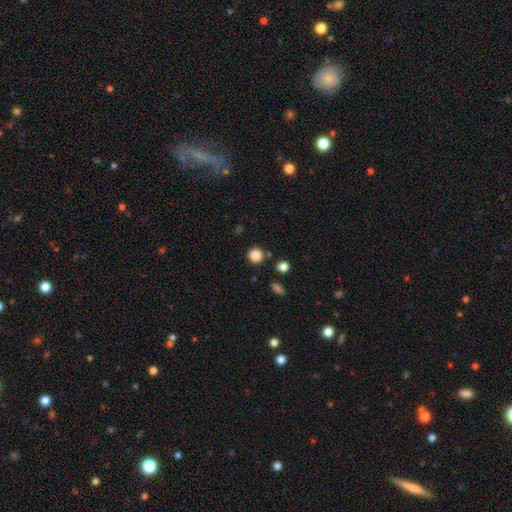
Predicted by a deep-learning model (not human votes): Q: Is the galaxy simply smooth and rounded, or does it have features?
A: smooth — 86%.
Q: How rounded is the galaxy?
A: round — 92%.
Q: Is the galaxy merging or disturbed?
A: none — 83%.